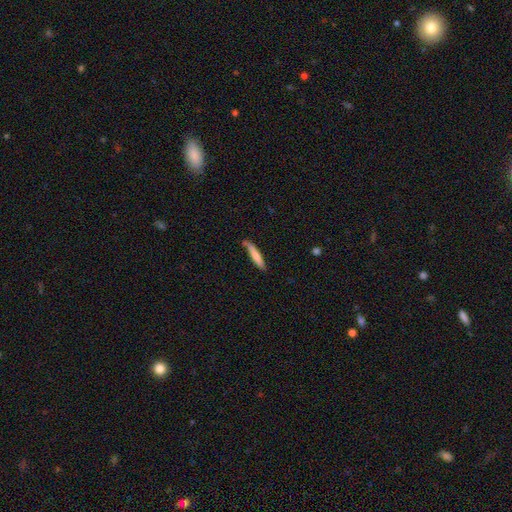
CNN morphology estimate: smooth_or_featured: smooth (p=0.71) [alt: featured or disk p=0.23]
how_rounded: cigar-shaped (p=0.91) [alt: in between p=0.07]
merging: none (p=0.70) [alt: minor disturbance p=0.22]